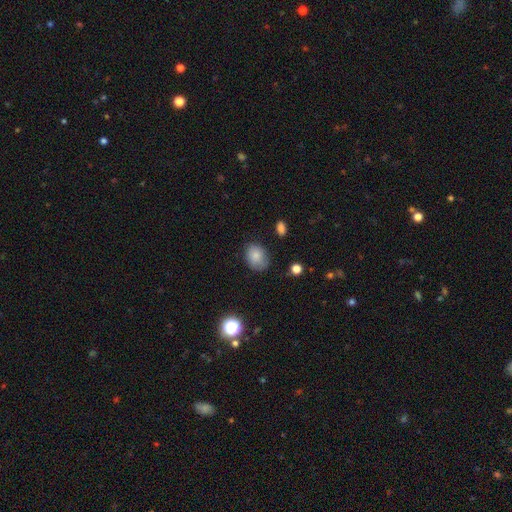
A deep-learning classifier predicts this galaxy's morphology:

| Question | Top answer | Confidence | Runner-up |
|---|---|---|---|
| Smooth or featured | smooth | 83% | star or artifact (10%) |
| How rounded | in between | 62% | round (37%) |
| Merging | none | 73% | minor disturbance (20%) |